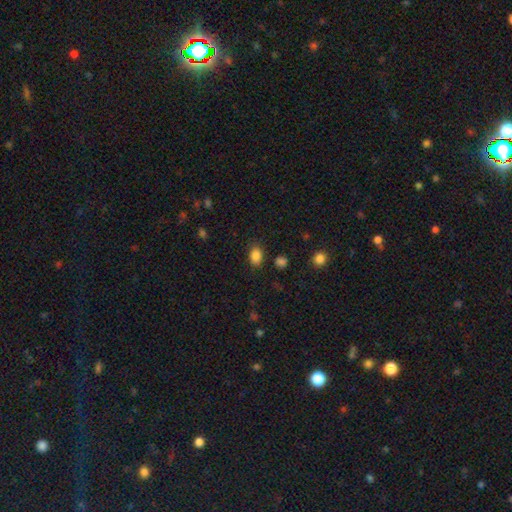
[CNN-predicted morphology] Smooth or featured?
  - smooth: 86% *
  - star or artifact: 10%
  - featured or disk: 4%
How rounded?
  - in between: 74% *
  - round: 25%
  - cigar-shaped: 1%
Merging?
  - none: 82% *
  - minor disturbance: 12%
  - major disturbance: 3%
  - merger: 3%